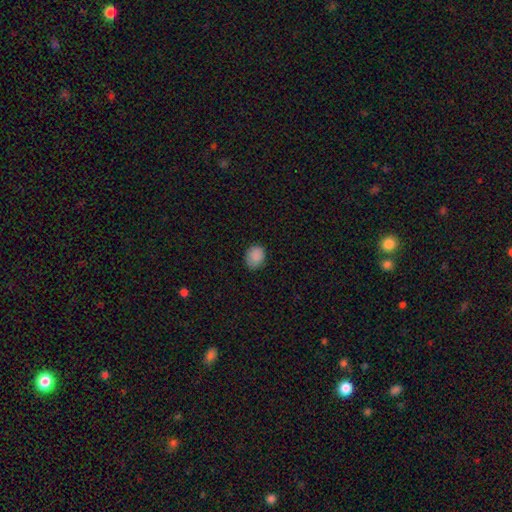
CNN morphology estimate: smooth 88%, star or artifact 9%, featured or disk 3%. Down the decision tree: how rounded — round (50%); merging — none (80%).